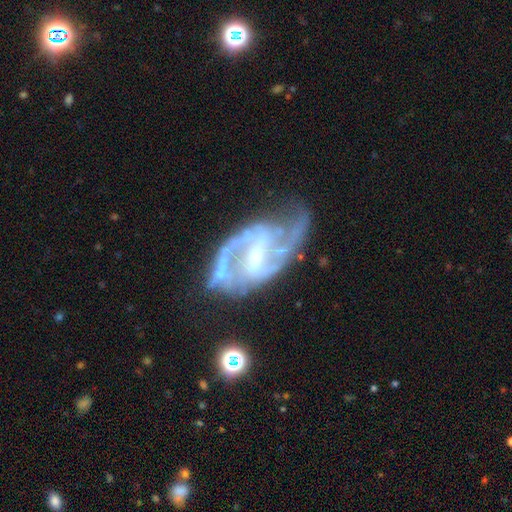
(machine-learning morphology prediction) The model was most divided on "bar": strong: 50%, weak: 39%, no: 11%. More confident: edge-on disk — no (97%); spiral arms — yes (97%); smooth or featured — featured or disk (90%); spiral arm count — 2 (83%); bulge size — small (66%); merging — none (59%); spiral winding — medium (55%).